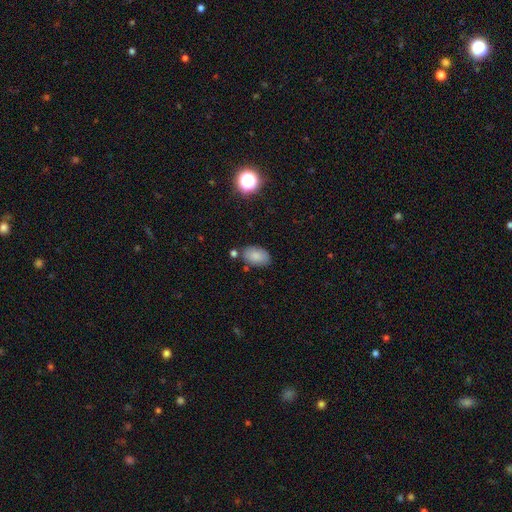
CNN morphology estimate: Smooth or featured? smooth (83%)
How rounded? in between (91%)
Merging? none (75%)